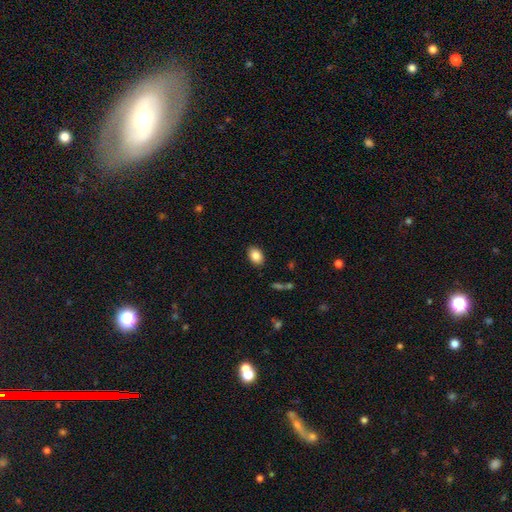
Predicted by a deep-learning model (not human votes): A smooth galaxy with no disk features (86%) that is in between round and cigar-shaped (81%).

Vote fractions:
- Smooth or featured? smooth: 86% / star or artifact: 8% / featured or disk: 6%
- How rounded? in between: 81% / round: 18% / cigar-shaped: 1%
- Merging? none: 88% / minor disturbance: 9% / major disturbance: 2% / merger: 1%